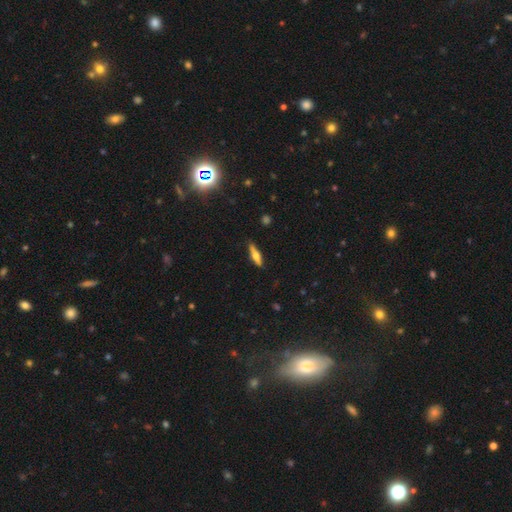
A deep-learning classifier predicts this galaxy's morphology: Smooth or featured? featured or disk (48%)
Merging? none (83%)